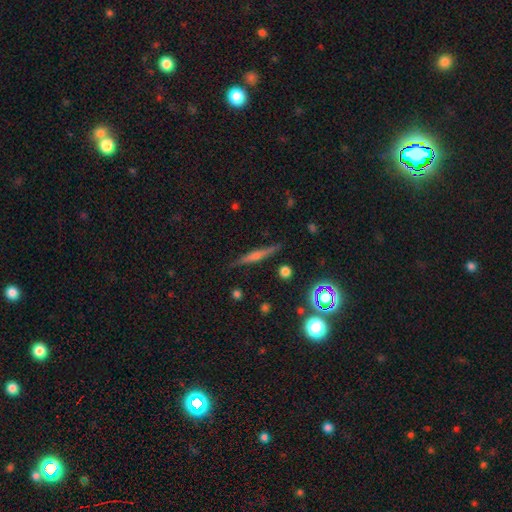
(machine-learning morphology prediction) featured or disk 62%, smooth 26%, star or artifact 12%. Down the decision tree: edge-on disk — yes (96%); edge-on bulge — rounded (63%); merging — none (87%).